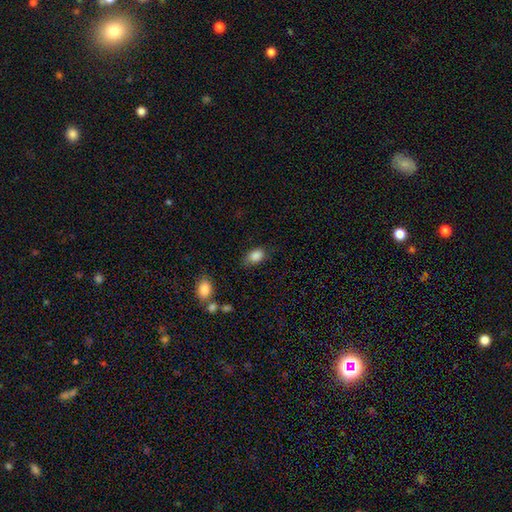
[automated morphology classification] smooth-or-featured: smooth: 87% | star or artifact: 9% | featured or disk: 5%
  how-rounded: in between: 85% | round: 13% | cigar-shaped: 2%
  merging: none: 71% | minor disturbance: 22% | major disturbance: 5% | merger: 2%